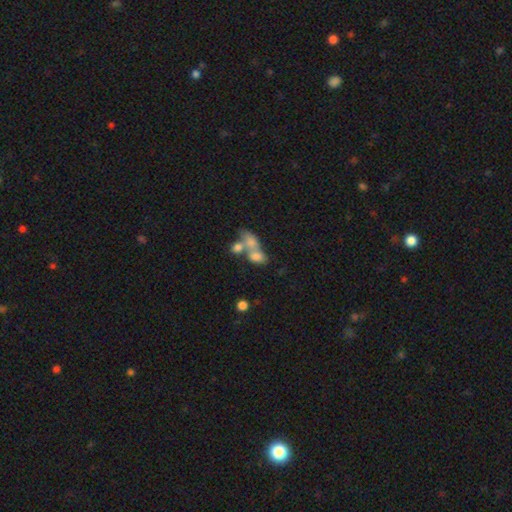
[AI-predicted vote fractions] smooth-or-featured: smooth: 66% | featured or disk: 22% | star or artifact: 12%
  how-rounded: in between: 76% | round: 19% | cigar-shaped: 4%
  merging: merger: 64% | none: 20% | minor disturbance: 8% | major disturbance: 8%